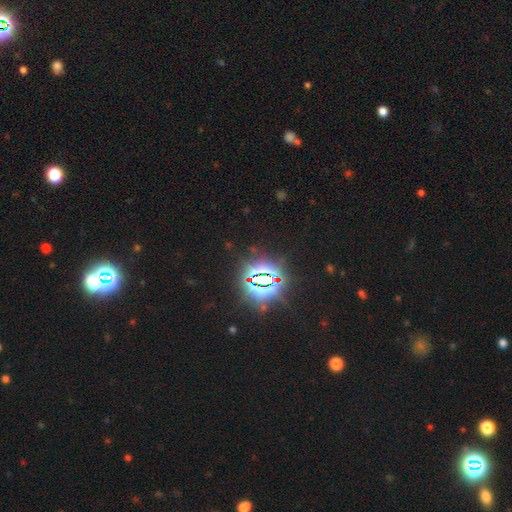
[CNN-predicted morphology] smooth-or-featured: star or artifact: 84% | smooth: 10% | featured or disk: 6%